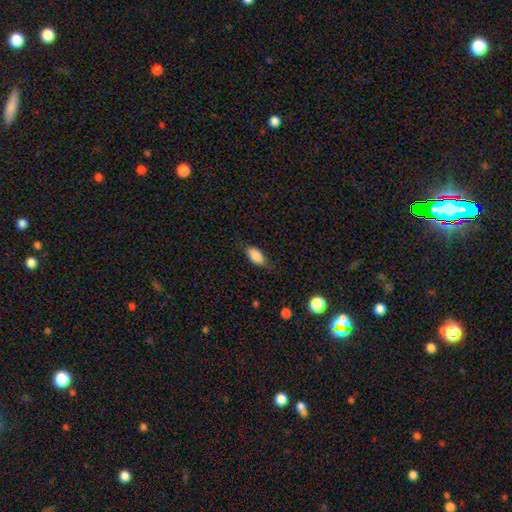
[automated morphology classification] Smooth or featured? Predicted: smooth (p=0.85). How rounded? Predicted: in between (p=0.90). Merging? Predicted: none (p=0.76).